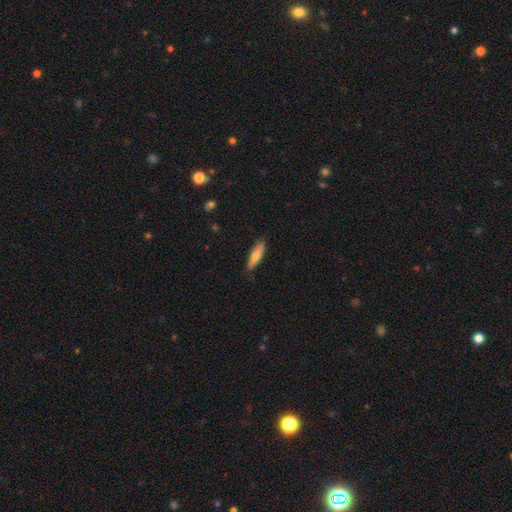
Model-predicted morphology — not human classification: Smooth or featured: smooth — 71% (featured or disk — 23%)
How rounded: cigar-shaped — 59% (in between — 39%)
Merging: none — 85% (minor disturbance — 12%)